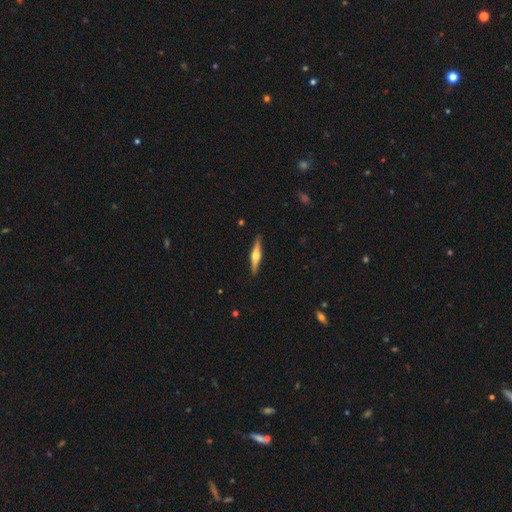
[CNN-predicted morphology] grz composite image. It shows a featured or disk galaxy (71%) viewed edge-on (98%) with a rounded central bulge (95%). Merging: none (91%).